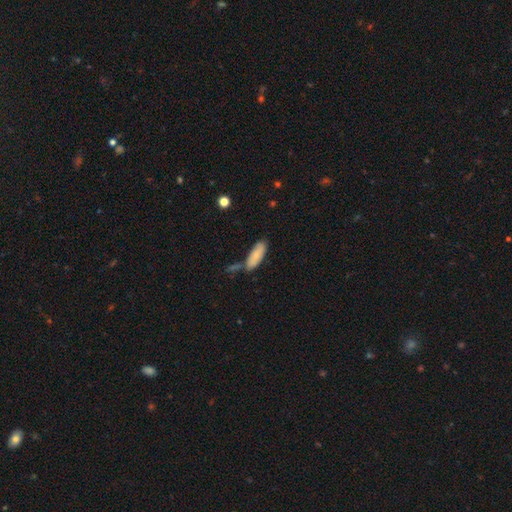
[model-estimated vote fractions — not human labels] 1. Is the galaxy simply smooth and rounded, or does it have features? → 79% smooth, 14% featured or disk, 6% star or artifact.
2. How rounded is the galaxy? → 67% in between, 32% cigar-shaped, 2% round.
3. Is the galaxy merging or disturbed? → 56% none, 22% minor disturbance, 17% merger, 6% major disturbance.